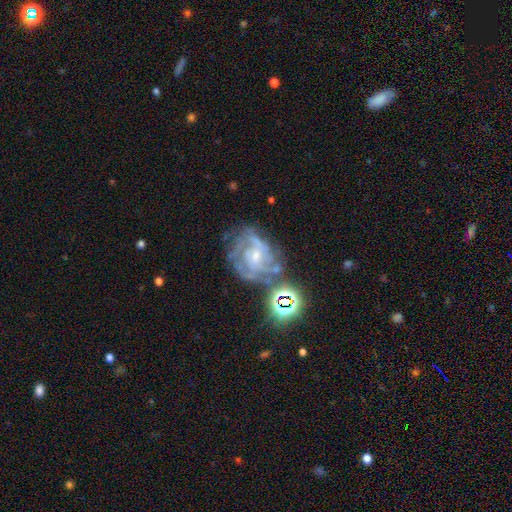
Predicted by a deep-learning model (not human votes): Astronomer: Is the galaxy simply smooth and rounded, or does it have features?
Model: featured or disk — 76%.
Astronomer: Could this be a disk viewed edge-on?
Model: no — 97%.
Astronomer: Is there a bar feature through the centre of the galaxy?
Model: no — 58% (runner-up: weak, 34%).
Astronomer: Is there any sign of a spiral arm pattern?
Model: yes — 84%.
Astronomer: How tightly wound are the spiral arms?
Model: tight — 53% (runner-up: medium, 36%).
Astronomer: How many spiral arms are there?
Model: can't tell — 43% (runner-up: 3, 21%).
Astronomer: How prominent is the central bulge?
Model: small — 62%.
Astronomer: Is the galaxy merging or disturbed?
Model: none — 50%.